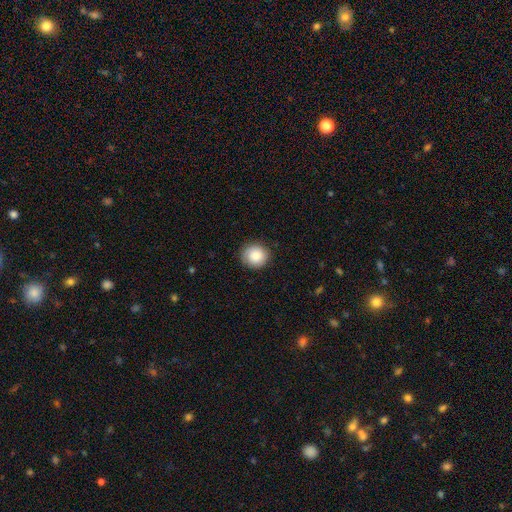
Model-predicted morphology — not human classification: The model was most divided on "smooth or featured": smooth: 86%, star or artifact: 8%, featured or disk: 6%. More confident: how rounded — round (91%); merging — none (89%).